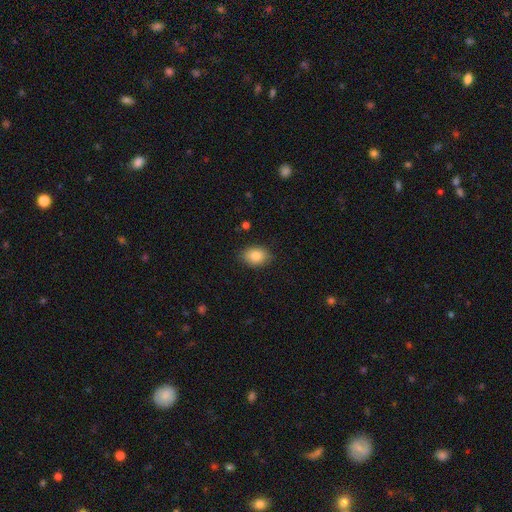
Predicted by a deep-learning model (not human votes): This is clearly a smooth galaxy (84%). How rounded: likely in between (75%). Merging: clearly none (85%).